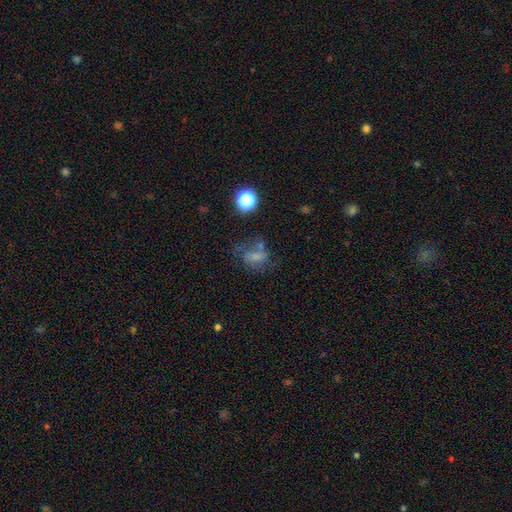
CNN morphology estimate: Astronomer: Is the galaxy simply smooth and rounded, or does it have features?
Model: smooth — 50% (runner-up: featured or disk, 32%).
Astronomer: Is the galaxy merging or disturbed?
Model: none — 39% (runner-up: major disturbance, 26%).